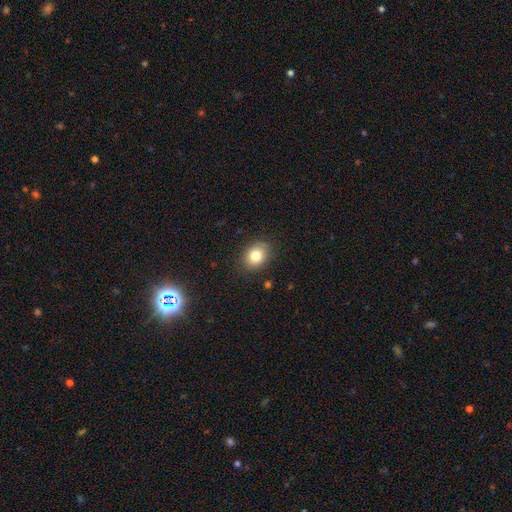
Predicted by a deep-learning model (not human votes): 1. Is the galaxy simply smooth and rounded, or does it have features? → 81% smooth, 10% star or artifact, 9% featured or disk.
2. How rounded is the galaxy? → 51% in between, 48% round, 1% cigar-shaped.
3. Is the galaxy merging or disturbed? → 85% none, 11% minor disturbance, 3% major disturbance, 1% merger.